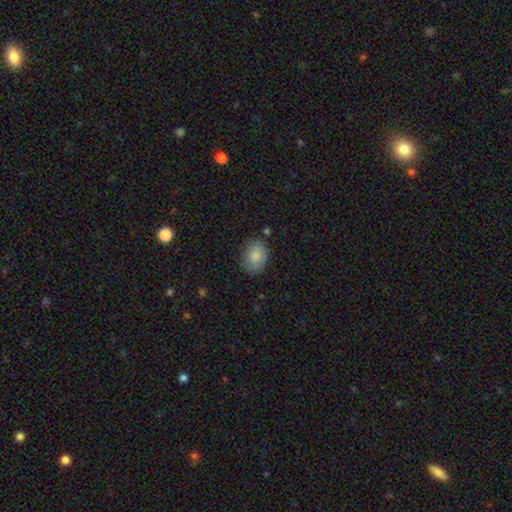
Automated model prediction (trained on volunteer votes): smooth 84%, featured or disk 8%, star or artifact 7%. Down the decision tree: how rounded — in between (61%); merging — none (74%).